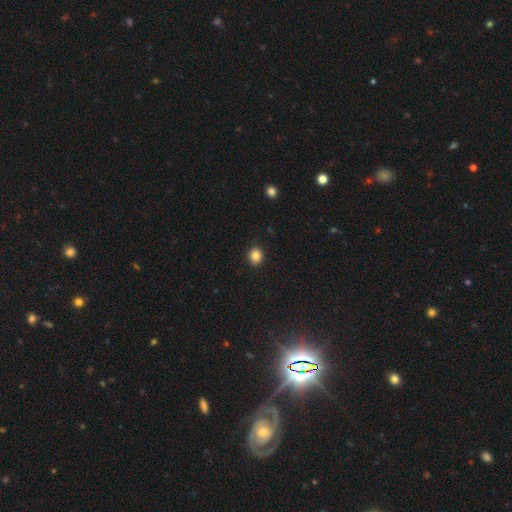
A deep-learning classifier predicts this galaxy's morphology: A smooth galaxy with no disk features (85%) that is round (74%). Merging: none (91%).